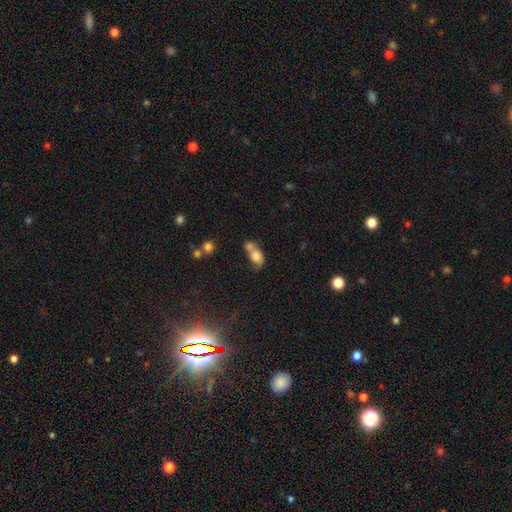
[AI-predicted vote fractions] Smooth or featured? Predicted: smooth (p=0.70). How rounded? Predicted: in between (p=0.74). Merging? Predicted: merger (p=0.53).